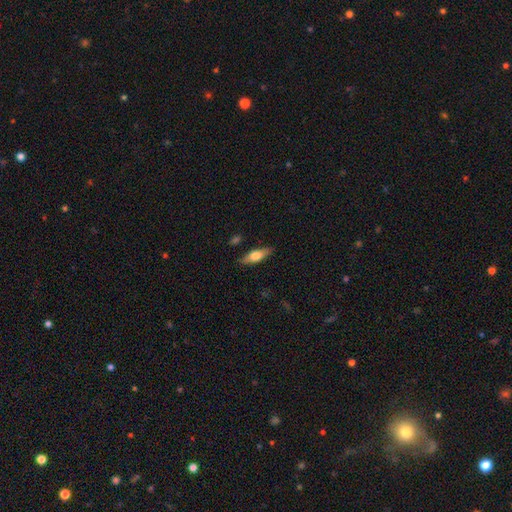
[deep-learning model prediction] This appears to be a smooth galaxy with no disk features (59%) that is in between round and cigar-shaped (53%). Merging: none (85%).